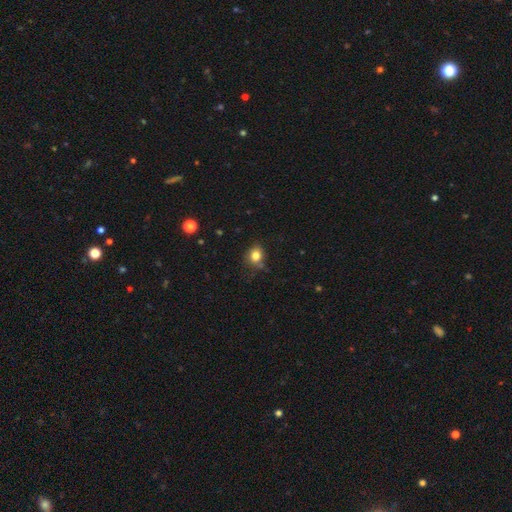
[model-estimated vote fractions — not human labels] Smooth or featured? Predicted: smooth (p=0.81). How rounded? Predicted: round (p=0.61). Merging? Predicted: none (p=0.68).